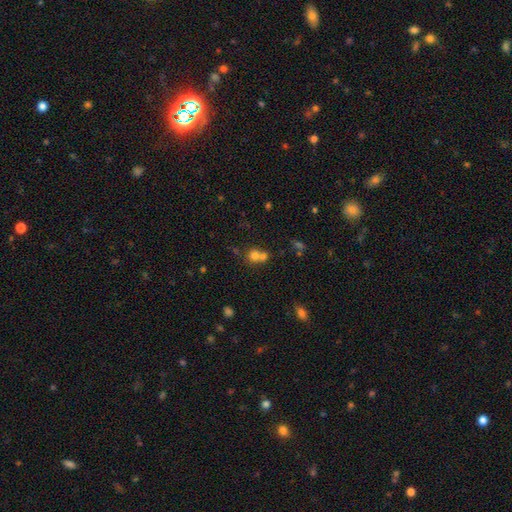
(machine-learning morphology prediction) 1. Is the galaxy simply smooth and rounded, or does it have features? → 71% smooth, 16% star or artifact, 13% featured or disk.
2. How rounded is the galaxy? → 84% round, 15% in between, 1% cigar-shaped.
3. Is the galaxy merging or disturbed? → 51% merger, 41% none, 6% minor disturbance, 3% major disturbance.